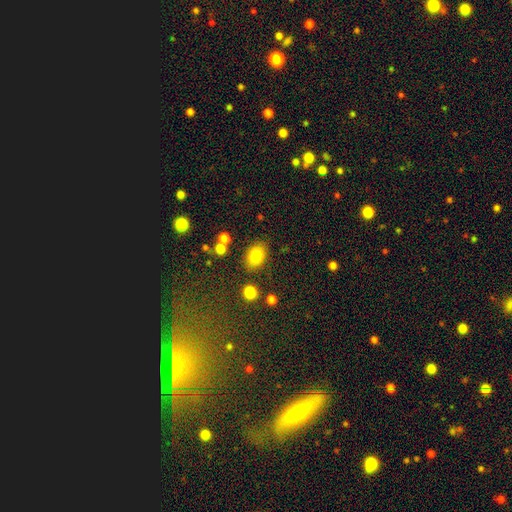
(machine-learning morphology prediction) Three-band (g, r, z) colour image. It shows a smooth galaxy with no disk features (82%) that is in between round and cigar-shaped (72%). Merging: none (81%).